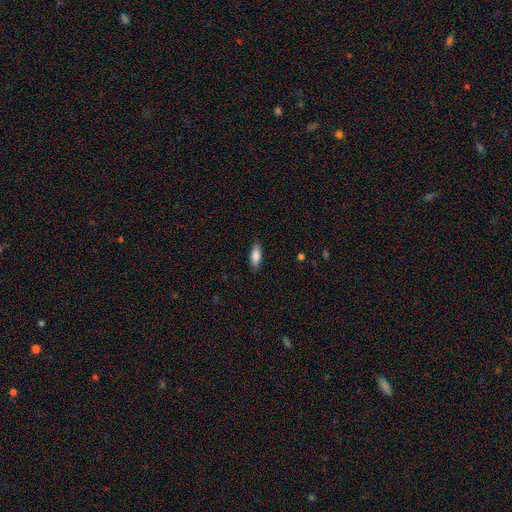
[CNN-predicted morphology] type=smooth (83%); roundness=in between (74%); merging=none (85%).